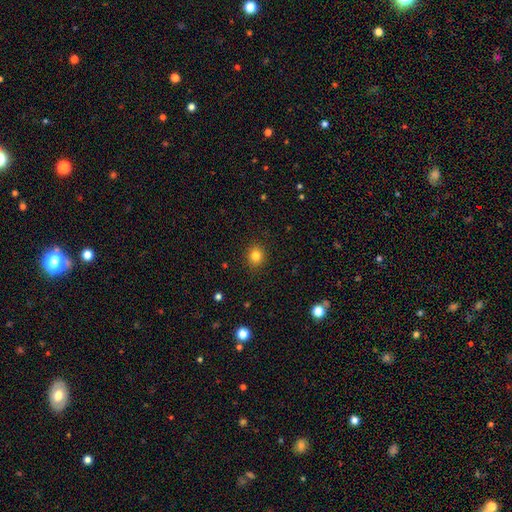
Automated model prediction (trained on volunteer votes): Morphology: type=smooth (82%); roundness=round (77%); merging=none (90%).